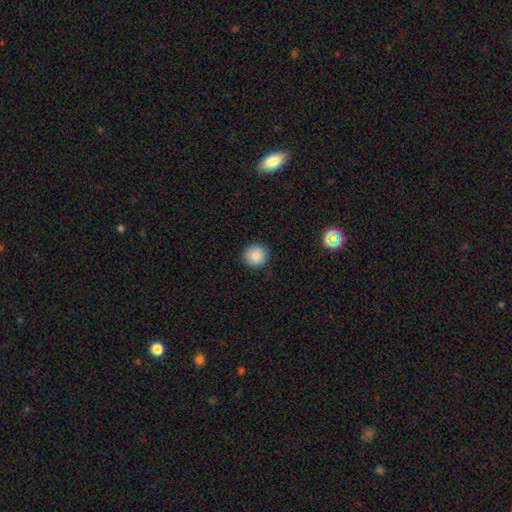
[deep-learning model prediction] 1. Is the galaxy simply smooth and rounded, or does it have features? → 86% smooth, 10% star or artifact, 4% featured or disk.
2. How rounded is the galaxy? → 91% round, 8% in between, 1% cigar-shaped.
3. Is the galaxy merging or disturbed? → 91% none, 6% minor disturbance, 2% major disturbance, 1% merger.